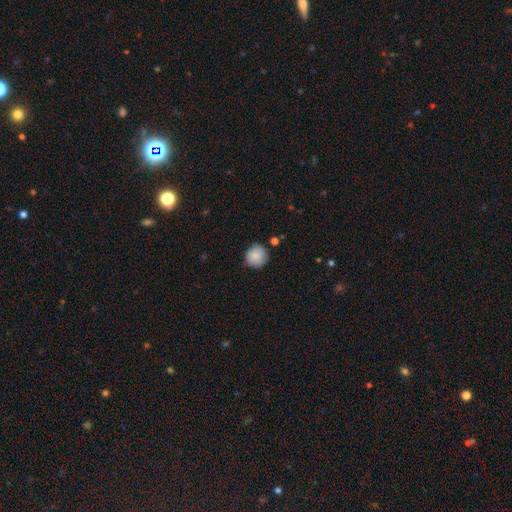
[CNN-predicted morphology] type=smooth (86%); roundness=round (91%); merging=none (80%).